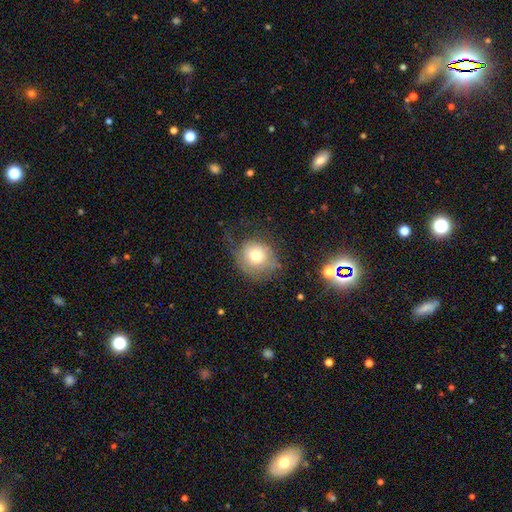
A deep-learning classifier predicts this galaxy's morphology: This is likely a smooth galaxy (62%). How rounded: likely round (77%). Merging: possibly none (47%).